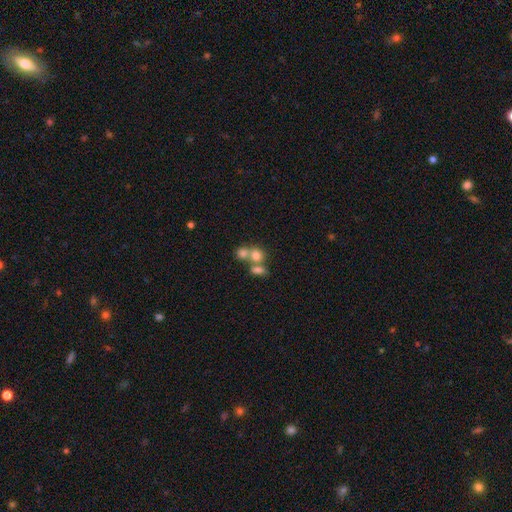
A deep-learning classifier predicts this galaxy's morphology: smooth_or_featured: smooth (p=0.73) [alt: featured or disk p=0.15]
how_rounded: round (p=0.67) [alt: in between p=0.32]
merging: merger (p=0.54) [alt: none p=0.35]